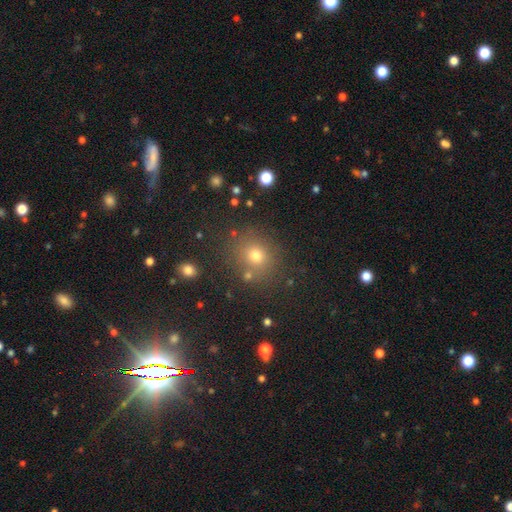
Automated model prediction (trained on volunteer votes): Smooth or featured: smooth — 72% (star or artifact — 20%)
How rounded: round — 81% (in between — 19%)
Merging: none — 81% (minor disturbance — 10%)